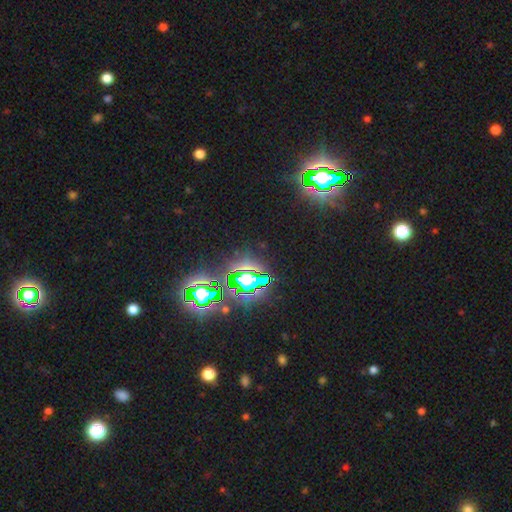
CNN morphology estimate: A star or artifact, not a galaxy (83%).

Vote fractions:
- Smooth or featured? star or artifact: 83% / smooth: 10% / featured or disk: 7%